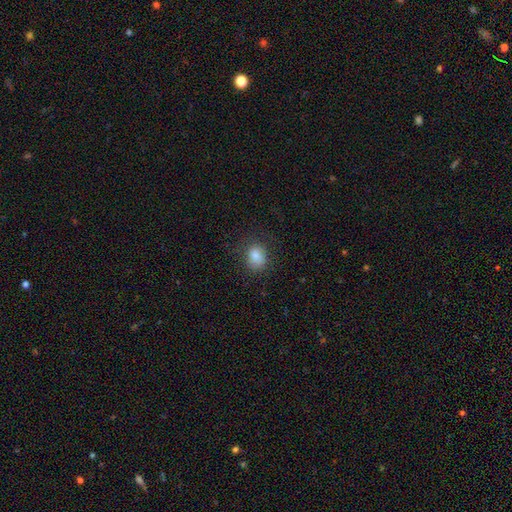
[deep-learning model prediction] This appears to be a smooth galaxy with no disk features (82%) that is round (54%). Merging: none (76%).